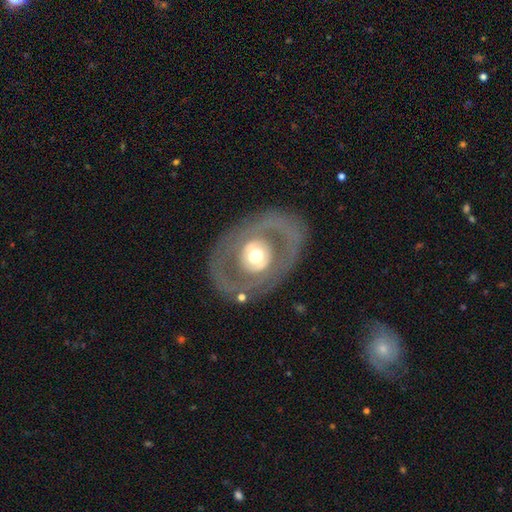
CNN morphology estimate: Smooth or featured? featured or disk (69%)
Edge-on disk? no (93%)
Bar? no (73%)
Spiral arms? no (74%)
Bulge size? moderate (62%)
Merging? none (79%)